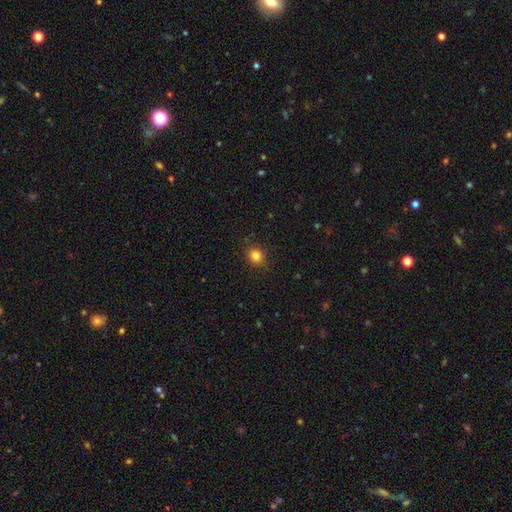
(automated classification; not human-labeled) Smooth or featured: smooth — 83% (star or artifact — 12%)
How rounded: round — 78% (in between — 22%)
Merging: none — 88% (minor disturbance — 9%)